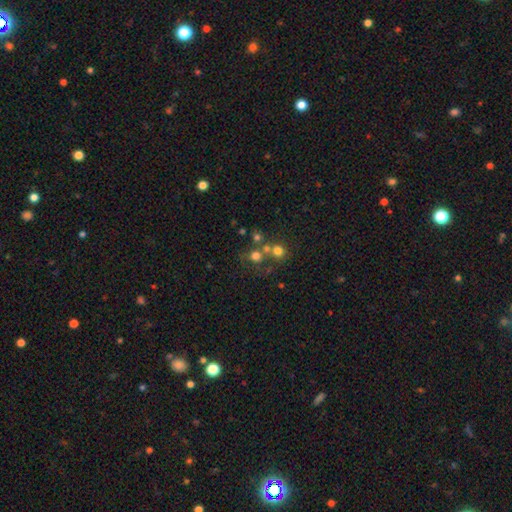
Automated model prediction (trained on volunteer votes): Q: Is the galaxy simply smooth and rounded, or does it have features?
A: smooth — 65%.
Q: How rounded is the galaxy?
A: round — 86%.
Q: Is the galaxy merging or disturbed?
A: none — 52%.